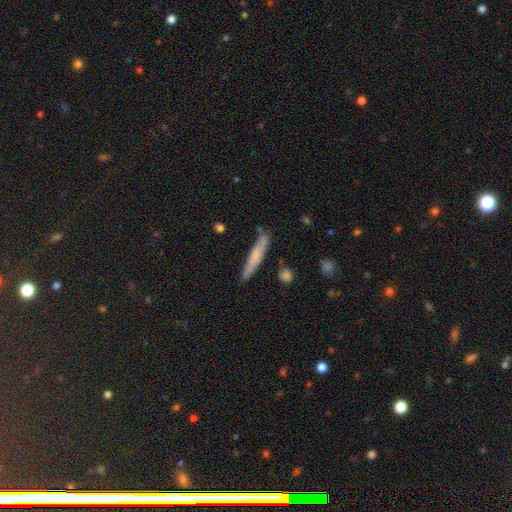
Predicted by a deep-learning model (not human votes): The model was most divided on "smooth or featured": smooth: 65%, featured or disk: 29%, star or artifact: 7%. More confident: how rounded — cigar-shaped (92%); merging — none (78%).